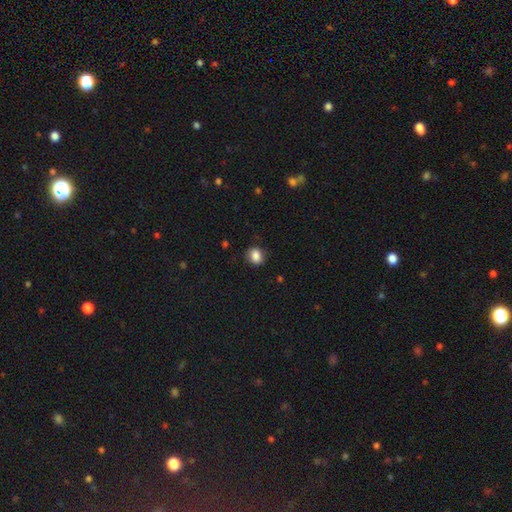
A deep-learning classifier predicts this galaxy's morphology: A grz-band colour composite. It shows a smooth galaxy with no disk features (85%) that is in between round and cigar-shaped (54%). Merging: none (80%).